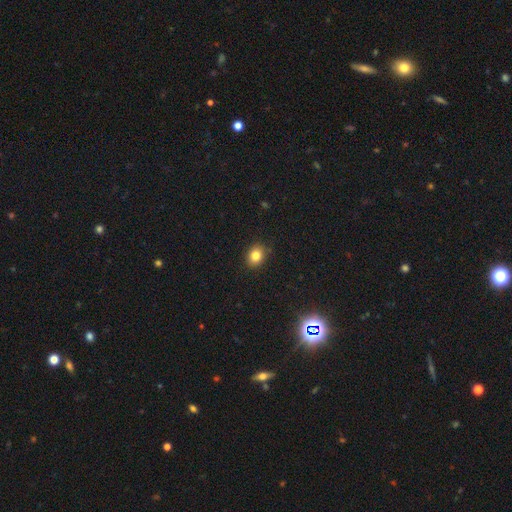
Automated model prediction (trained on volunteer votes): smooth-or-featured: smooth: 83% | star or artifact: 11% | featured or disk: 6%
  how-rounded: round: 56% | in between: 43% | cigar-shaped: 1%
  merging: none: 88% | minor disturbance: 9% | major disturbance: 2% | merger: 1%